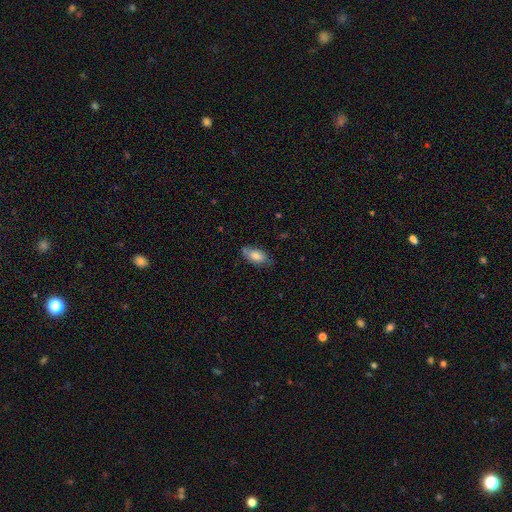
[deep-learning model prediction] This appears to be a smooth galaxy with no disk features (77%) that is in between round and cigar-shaped (91%). Merging: none (68%).